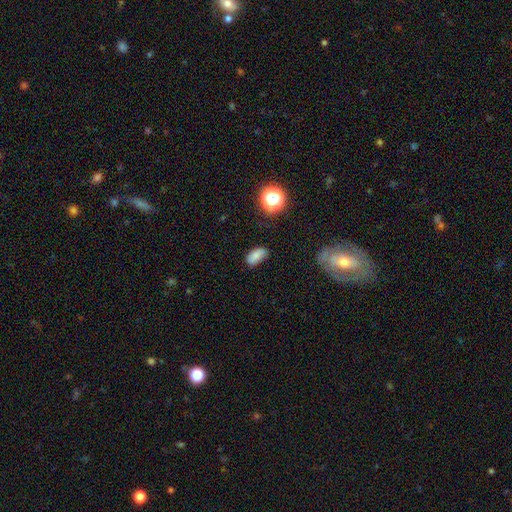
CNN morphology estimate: The model was most divided on "merging": none: 68%, minor disturbance: 25%, major disturbance: 5%, merger: 2%. More confident: how rounded — in between (89%); smooth or featured — smooth (78%).